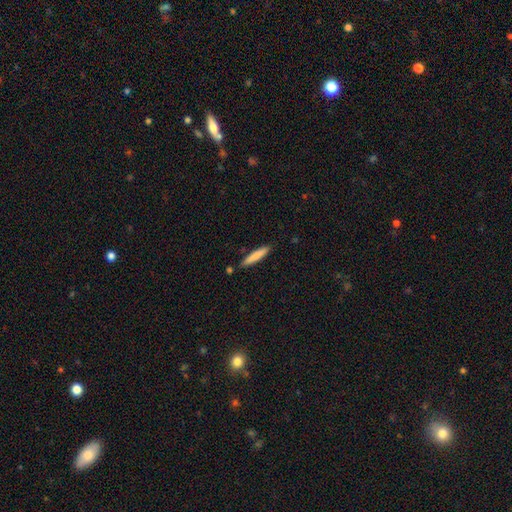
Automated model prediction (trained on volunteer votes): This is likely a smooth galaxy (79%). How rounded: clearly cigar-shaped (92%). Merging: clearly none (85%).